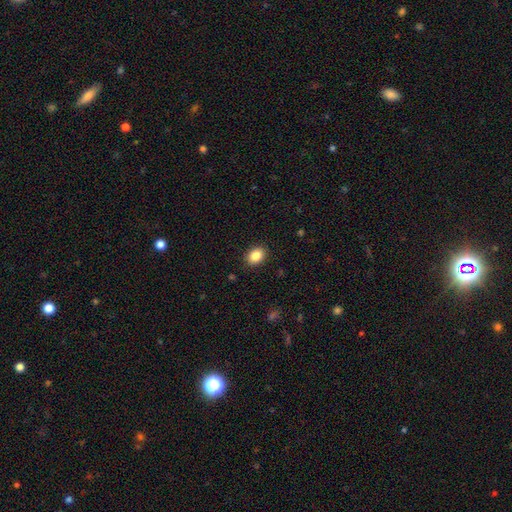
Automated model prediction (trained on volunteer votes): This is clearly a smooth galaxy (87%). How rounded: likely in between (73%). Merging: clearly none (89%).